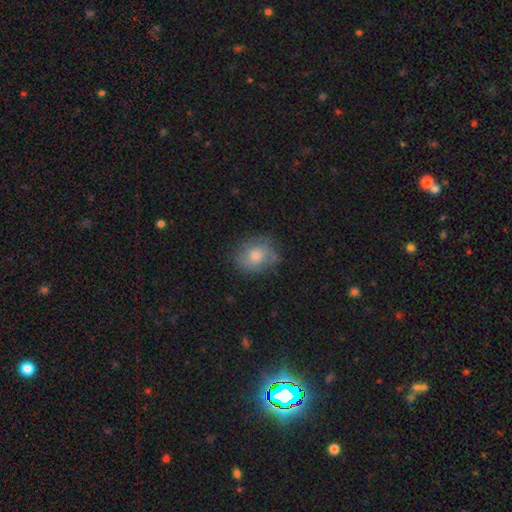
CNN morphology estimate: Overall: smooth (59%; featured or disk 31%). How rounded: round (59%; in between 40%). Merging: none (74%).